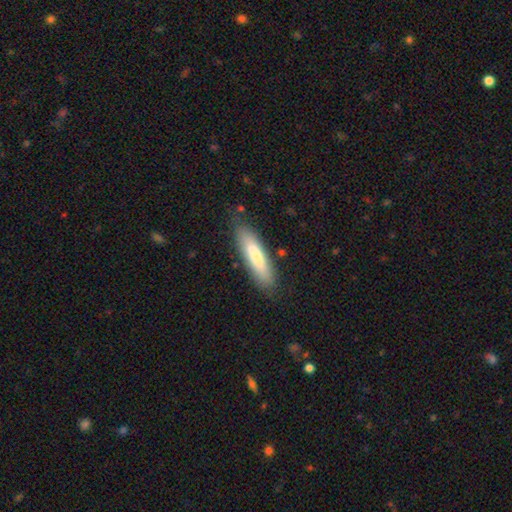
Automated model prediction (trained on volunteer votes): A smooth galaxy with no disk features (71%) that is cigar-shaped (68%). Merging: none (80%).